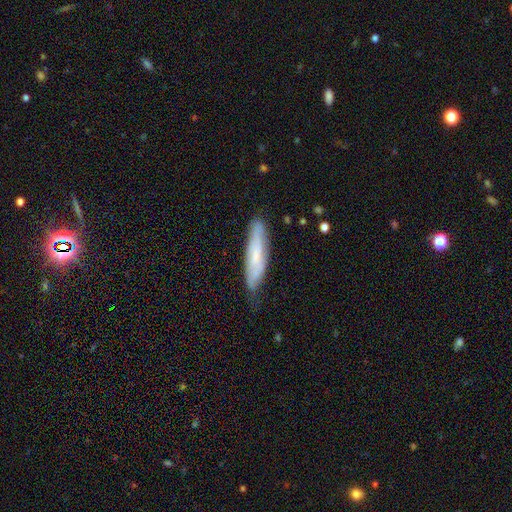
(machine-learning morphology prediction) type=smooth (52%); roundness=cigar-shaped (78%); merging=none (70%).